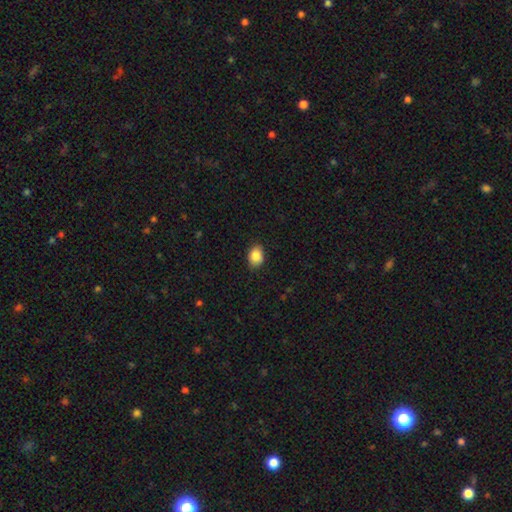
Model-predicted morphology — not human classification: The model was most divided on "how rounded": in between: 67%, round: 32%, cigar-shaped: 1%. More confident: smooth or featured — smooth (87%); merging — none (85%).